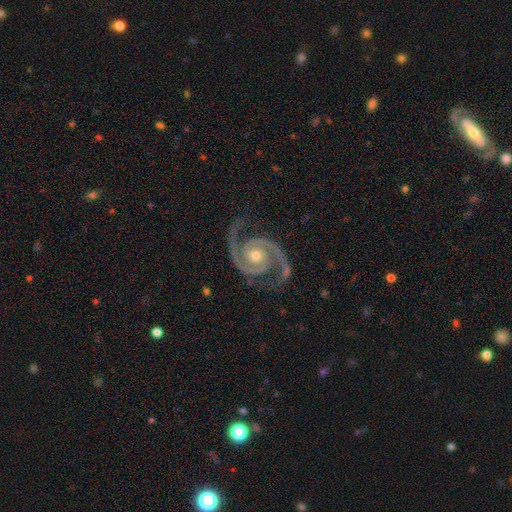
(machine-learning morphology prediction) This is clearly a featured or disk galaxy (95%). It is clearly not viewed edge-on (98%). Bar: likely no (70%). Spiral arm pattern: clearly yes (99%). Spiral arm count: clearly 2 (94%). Spiral winding: possibly medium (50%). Central bulge: likely moderate (63%). Merging: clearly none (81%).